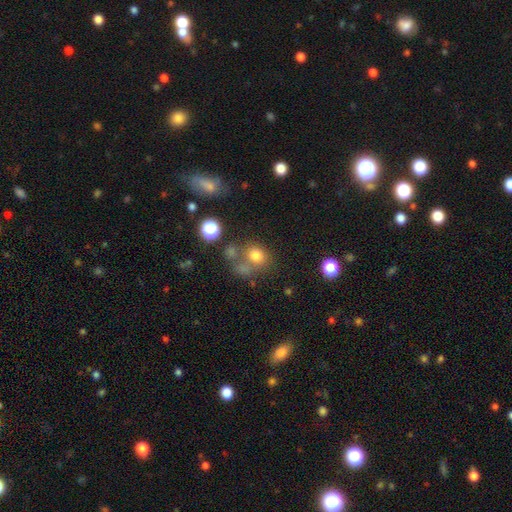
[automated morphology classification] Smooth or featured?
  - smooth: 73% *
  - star or artifact: 16%
  - featured or disk: 10%
How rounded?
  - round: 74% *
  - in between: 25%
  - cigar-shaped: 1%
Merging?
  - none: 51% *
  - merger: 27%
  - minor disturbance: 13%
  - major disturbance: 9%